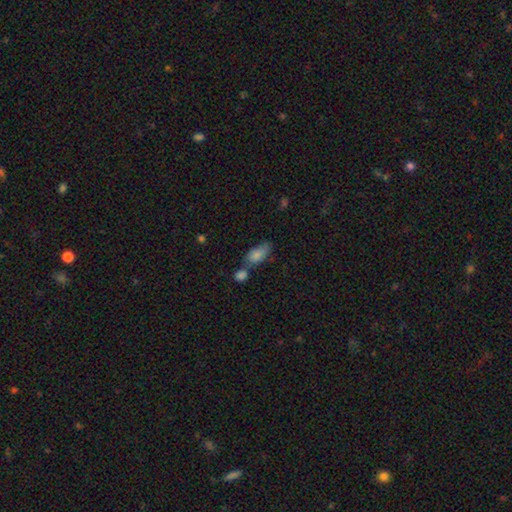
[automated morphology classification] Smooth or featured?
  - smooth: 82% *
  - featured or disk: 10%
  - star or artifact: 8%
How rounded?
  - in between: 87% *
  - cigar-shaped: 8%
  - round: 5%
Merging?
  - none: 38% *
  - merger: 37%
  - minor disturbance: 18%
  - major disturbance: 7%